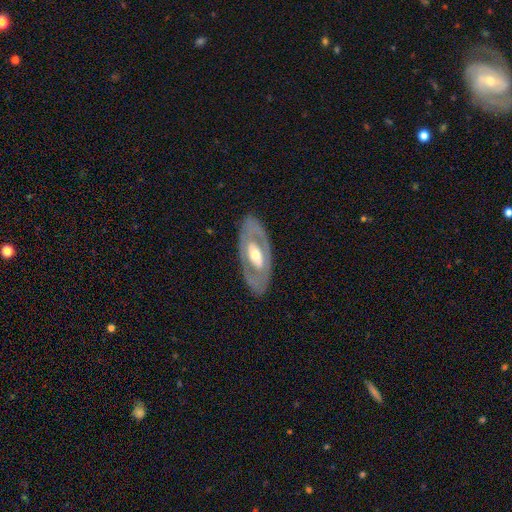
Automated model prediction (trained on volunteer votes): Smooth or featured? Predicted: featured or disk (p=0.70). Edge-on disk? Predicted: no (p=0.84). Bar? Predicted: no (p=0.62). Spiral arms? Predicted: no (p=0.72). Bulge size? Predicted: moderate (p=0.68). Merging? Predicted: none (p=0.85).